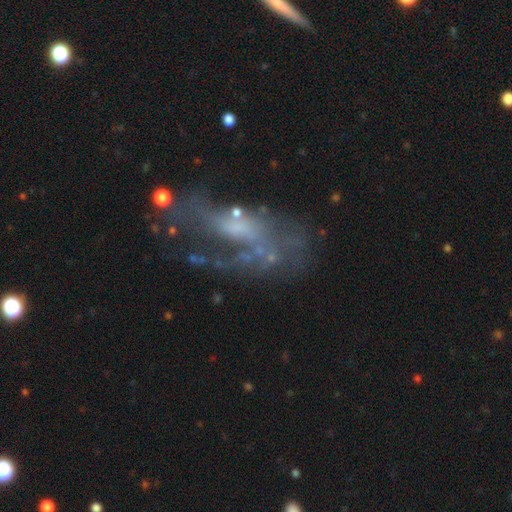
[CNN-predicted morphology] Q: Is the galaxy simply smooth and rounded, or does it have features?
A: featured or disk — 71%.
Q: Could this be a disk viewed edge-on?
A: no — 92%.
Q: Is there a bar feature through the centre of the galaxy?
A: no — 61%.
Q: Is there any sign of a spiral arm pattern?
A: yes — 56%.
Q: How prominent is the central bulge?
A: none — 46%.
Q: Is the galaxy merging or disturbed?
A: major disturbance — 38%.